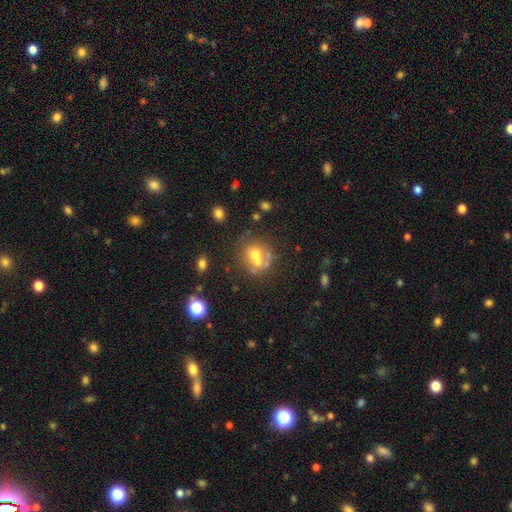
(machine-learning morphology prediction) type=smooth (50%); merging=none (40%).